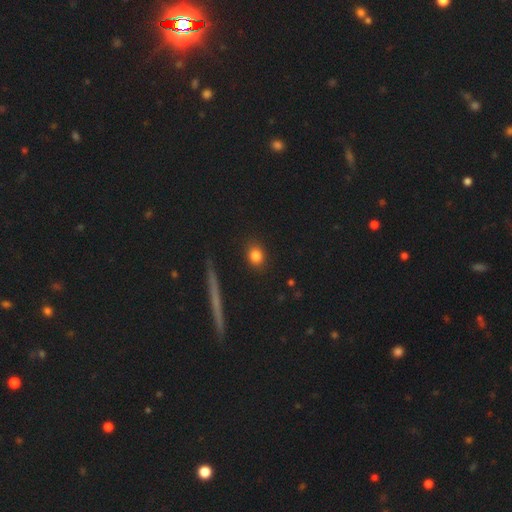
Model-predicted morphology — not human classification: Smooth or featured? Predicted: smooth (p=0.82). How rounded? Predicted: round (p=0.68). Merging? Predicted: none (p=0.89).